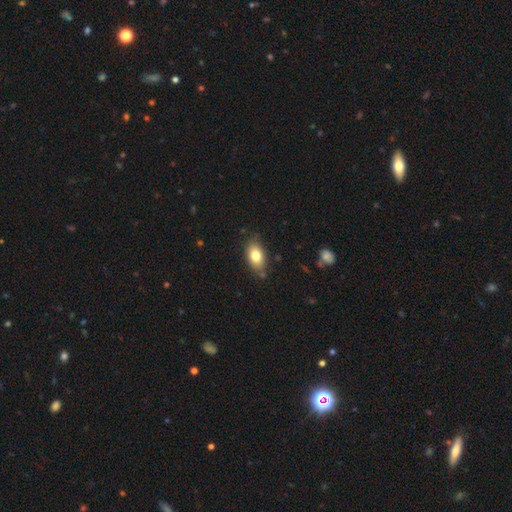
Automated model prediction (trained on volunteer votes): Smooth or featured? Predicted: smooth (p=0.78). How rounded? Predicted: in between (p=0.89). Merging? Predicted: none (p=0.77).